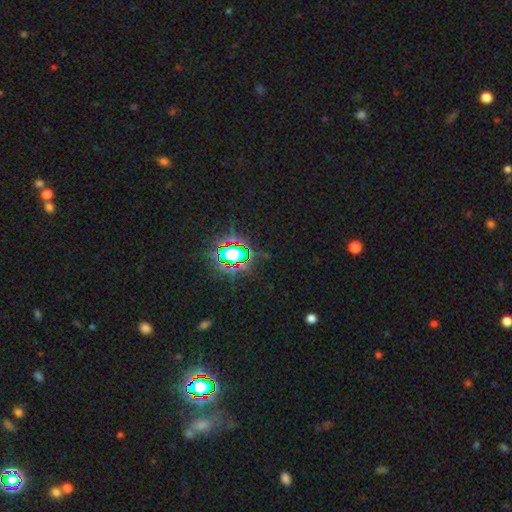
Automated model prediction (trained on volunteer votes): Smooth or featured?
  - star or artifact: 80% *
  - smooth: 13%
  - featured or disk: 7%